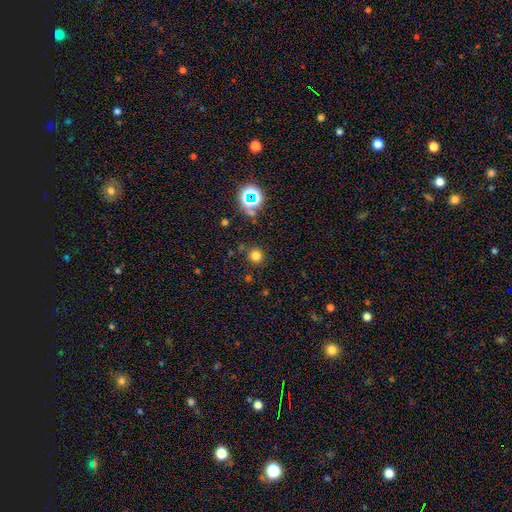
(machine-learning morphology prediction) Overall: smooth (74%). How rounded: round (93%). Merging: none (86%).